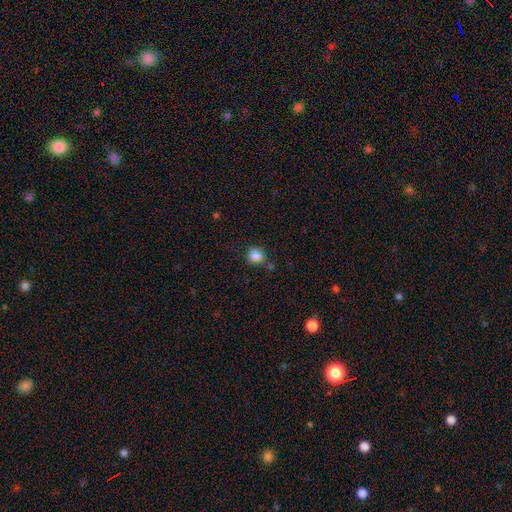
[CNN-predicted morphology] The model was most divided on "how rounded": round: 74%, in between: 25%, cigar-shaped: 2%. More confident: smooth or featured — smooth (70%); merging — none (69%).